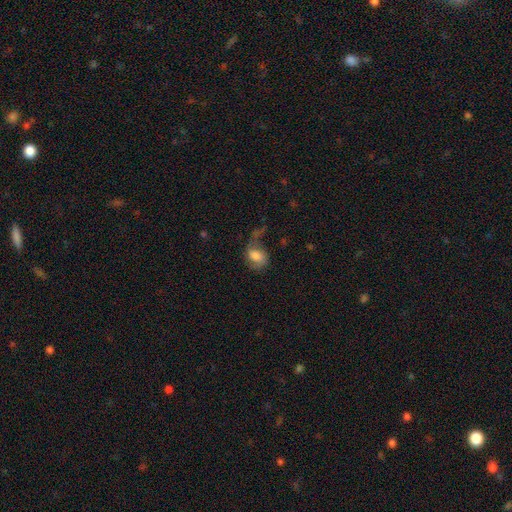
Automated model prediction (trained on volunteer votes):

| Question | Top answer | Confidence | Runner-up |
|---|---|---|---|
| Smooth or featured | smooth | 64% | featured or disk (26%) |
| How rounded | in between | 69% | round (30%) |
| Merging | none | 38% | major disturbance (29%) |